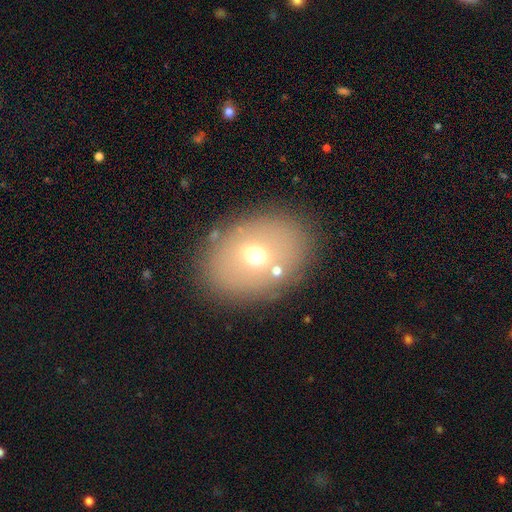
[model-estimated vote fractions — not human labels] Morphology: type=smooth (59%); roundness=in between (59%); merging=none (81%).